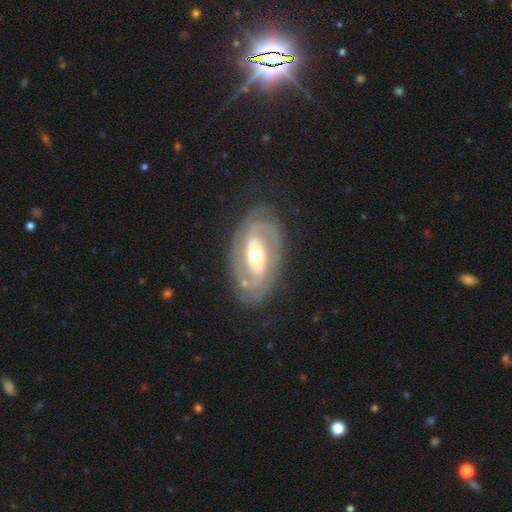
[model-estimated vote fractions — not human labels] Morphology: type=featured or disk (86%); edge-on=no (95%); bar=strong (34%); spiral arms=yes (91%); winding=tight (63%); arm count=2 (73%); bulge=moderate (65%); merging=none (78%).